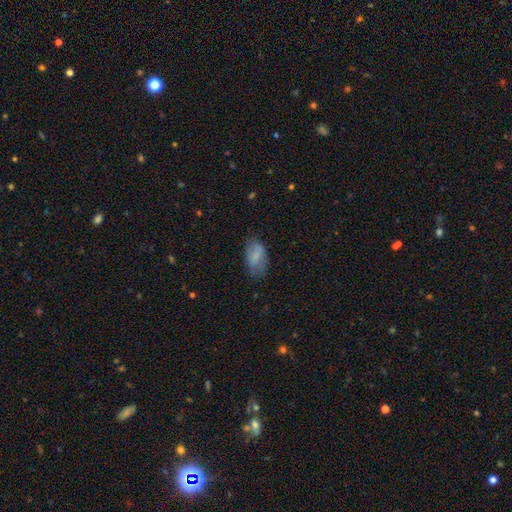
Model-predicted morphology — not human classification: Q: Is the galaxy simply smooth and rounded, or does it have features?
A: smooth — 74%.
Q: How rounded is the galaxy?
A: in between — 93%.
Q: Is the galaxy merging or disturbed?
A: none — 67%.